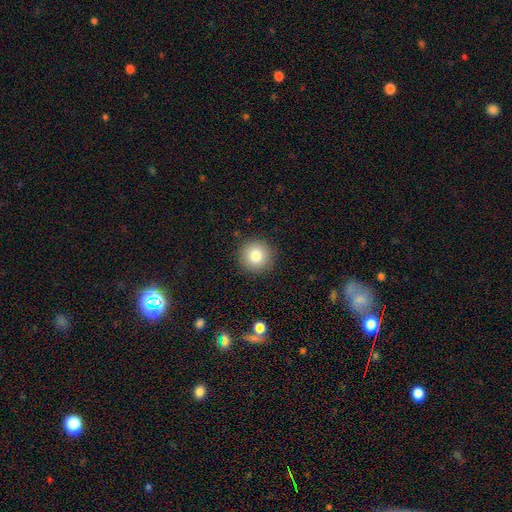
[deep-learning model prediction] smooth_or_featured: smooth (p=0.81) [alt: star or artifact p=0.10]
how_rounded: round (p=0.95) [alt: in between p=0.04]
merging: none (p=0.91) [alt: minor disturbance p=0.06]